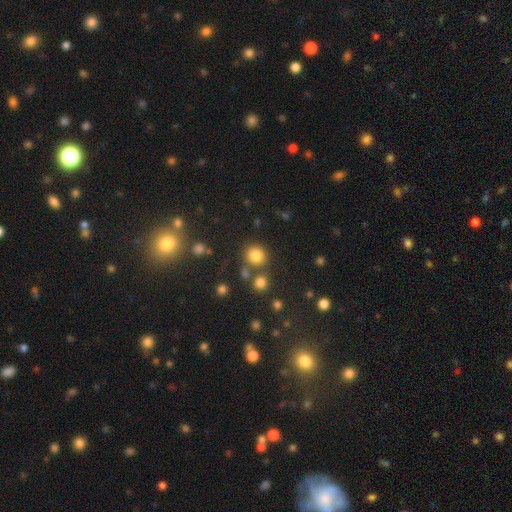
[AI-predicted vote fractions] A smooth galaxy with no disk features (81%) that is round (89%).

Vote fractions:
- Smooth or featured? smooth: 81% / star or artifact: 14% / featured or disk: 5%
- How rounded? round: 89% / in between: 10% / cigar-shaped: 1%
- Merging? none: 75% / merger: 12% / minor disturbance: 9% / major disturbance: 4%